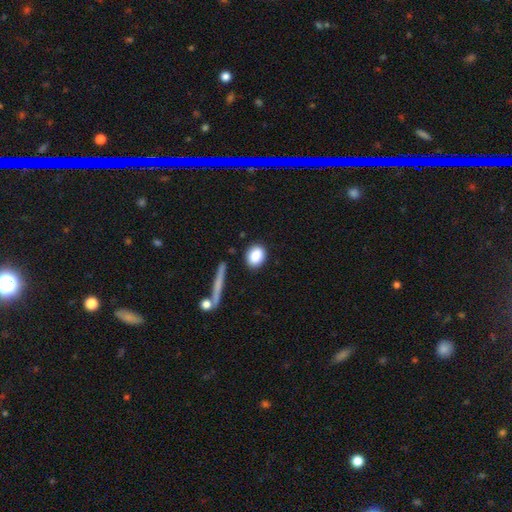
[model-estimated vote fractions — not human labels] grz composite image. It shows a smooth galaxy with no disk features (86%) that is in between round and cigar-shaped (50%). Merging: none (85%).